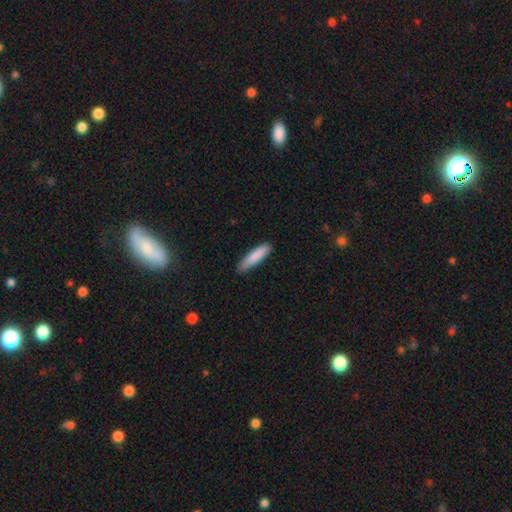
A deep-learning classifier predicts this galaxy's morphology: Smooth or featured? smooth (86%)
How rounded? cigar-shaped (78%)
Merging? none (82%)